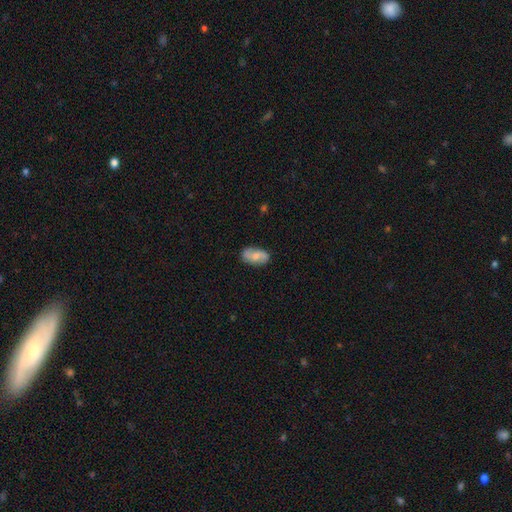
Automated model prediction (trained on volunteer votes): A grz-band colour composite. It shows a featured or disk galaxy (52%). Merging: none (80%).